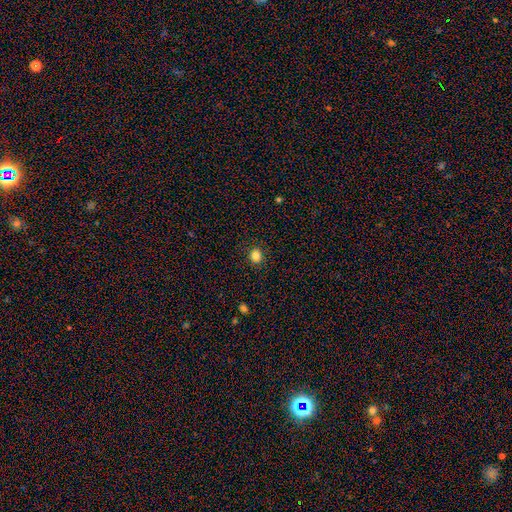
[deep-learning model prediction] smooth 84%, star or artifact 11%, featured or disk 5%. Down the decision tree: how rounded — round (73%); merging — none (90%).